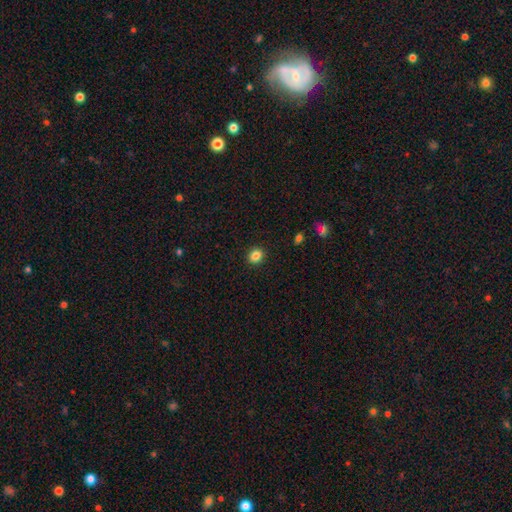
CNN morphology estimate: smooth-or-featured: smooth: 85% | star or artifact: 11% | featured or disk: 5%
  how-rounded: round: 75% | in between: 24% | cigar-shaped: 1%
  merging: none: 92% | minor disturbance: 5% | major disturbance: 2% | merger: 1%